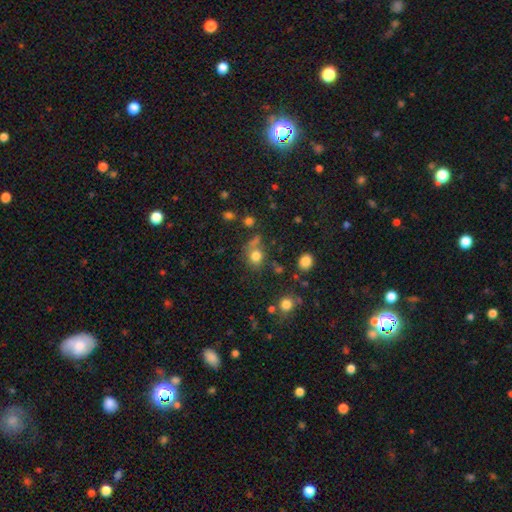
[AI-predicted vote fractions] Overall: smooth (76%). How rounded: round (71%). Merging: none (57%).